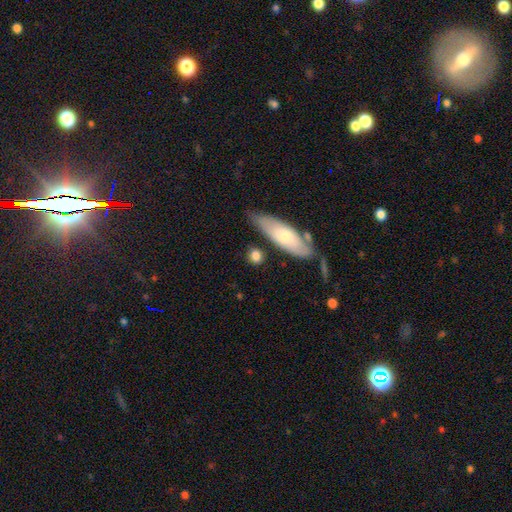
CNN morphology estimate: smooth-or-featured: smooth: 78% | featured or disk: 15% | star or artifact: 7%
  how-rounded: round: 49% | in between: 33% | cigar-shaped: 18%
  merging: none: 74% | minor disturbance: 13% | merger: 9% | major disturbance: 4%